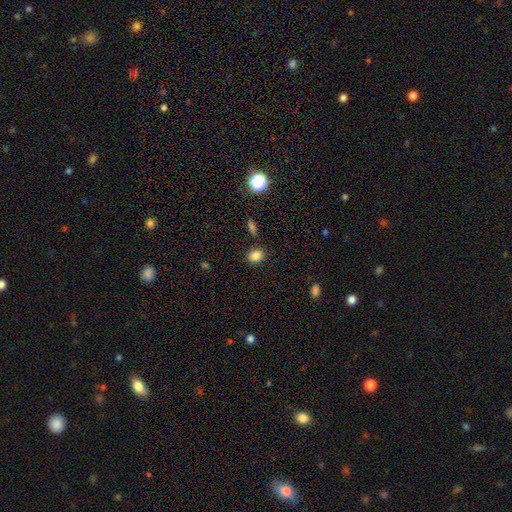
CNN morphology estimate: Smooth or featured: smooth — 84% (star or artifact — 11%)
How rounded: round — 55% (in between — 44%)
Merging: none — 84% (minor disturbance — 10%)